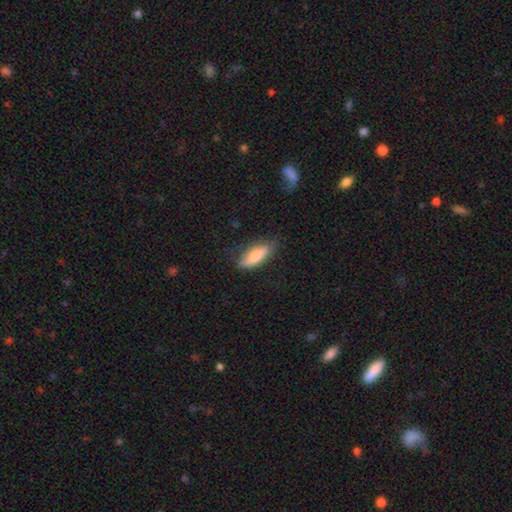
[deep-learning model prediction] smooth-or-featured: smooth: 73% | featured or disk: 21% | star or artifact: 6%
  how-rounded: in between: 63% | cigar-shaped: 34% | round: 2%
  merging: none: 75% | minor disturbance: 19% | major disturbance: 4% | merger: 1%